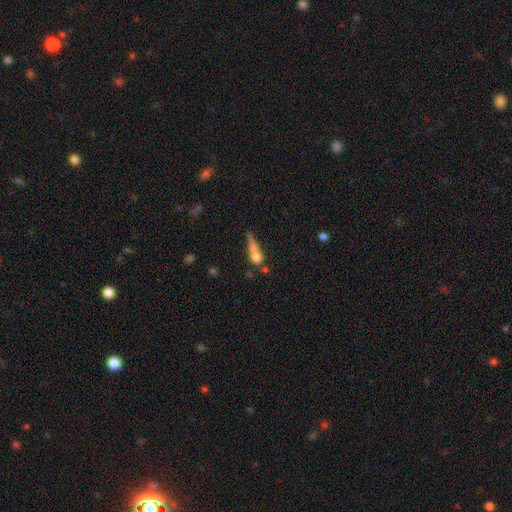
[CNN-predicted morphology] smooth 59%, featured or disk 28%, star or artifact 13%. Down the decision tree: how rounded — cigar-shaped (37%); merging — merger (37%).